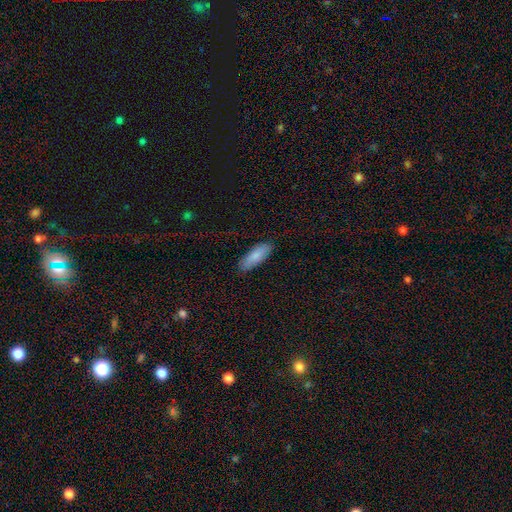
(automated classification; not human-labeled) smooth_or_featured: smooth (p=0.84) [alt: featured or disk p=0.10]
how_rounded: in between (p=0.65) [alt: cigar-shaped p=0.33]
merging: none (p=0.87) [alt: minor disturbance p=0.10]